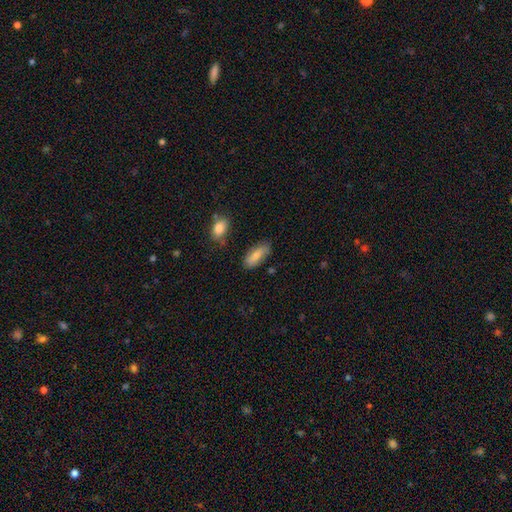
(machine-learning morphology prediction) Smooth or featured? Predicted: smooth (p=0.79). How rounded? Predicted: in between (p=0.79). Merging? Predicted: none (p=0.76).